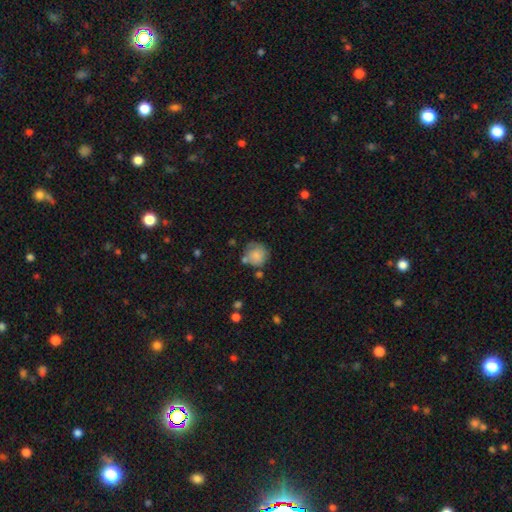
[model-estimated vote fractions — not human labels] Q: Smooth or featured?
A: smooth (80%); runner-up: featured or disk (12%)
Q: How rounded?
A: round (88%); runner-up: in between (11%)
Q: Merging?
A: none (59%); runner-up: minor disturbance (22%)